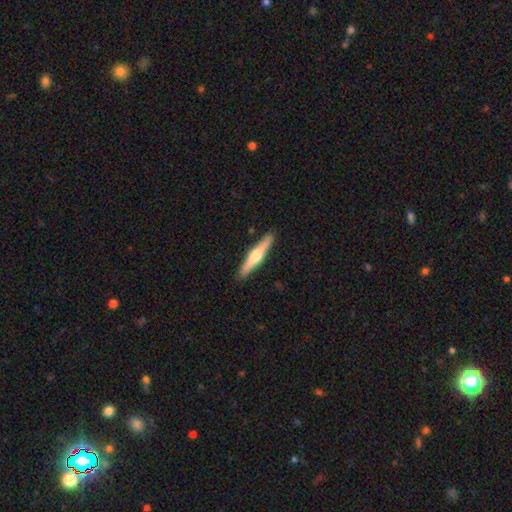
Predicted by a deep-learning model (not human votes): Smooth or featured?
  - featured or disk: 58% *
  - smooth: 37%
  - star or artifact: 5%
Edge-on disk?
  - yes: 97% *
  - no: 3%
Edge-on bulge?
  - rounded: 89% *
  - boxy: 7%
  - none: 4%
Merging?
  - none: 91% *
  - minor disturbance: 6%
  - major disturbance: 1%
  - merger: 1%